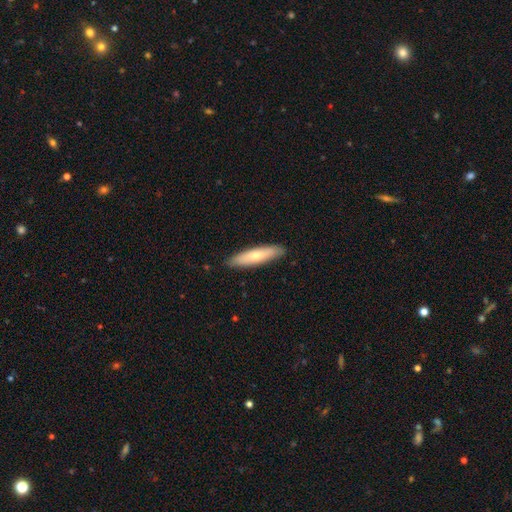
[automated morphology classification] This is likely a smooth galaxy (67%). How rounded: likely cigar-shaped (75%). Merging: clearly none (89%).